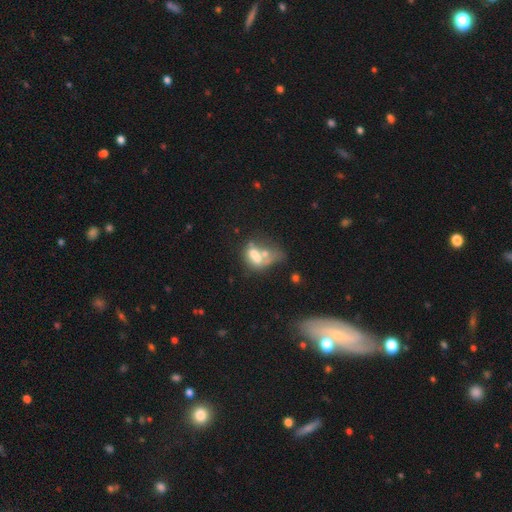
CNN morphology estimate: Smooth or featured? smooth (47%)
Merging? merger (57%)